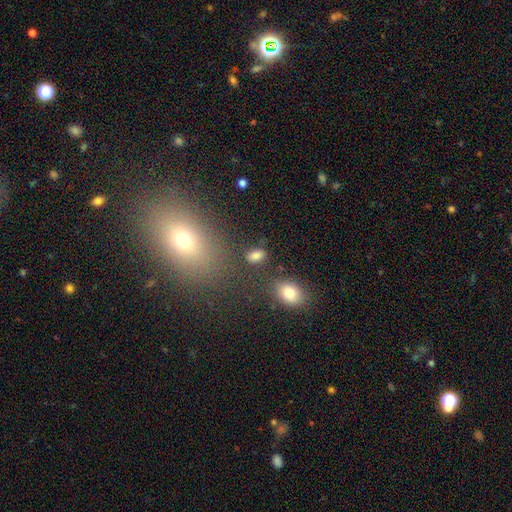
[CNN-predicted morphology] Overall: smooth (81%). How rounded: in between (85%). Merging: none (76%).